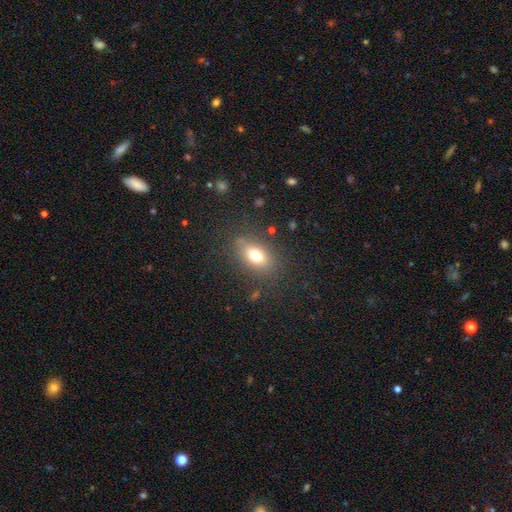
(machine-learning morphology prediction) Overall: smooth (73%). How rounded: in between (78%). Merging: none (81%).